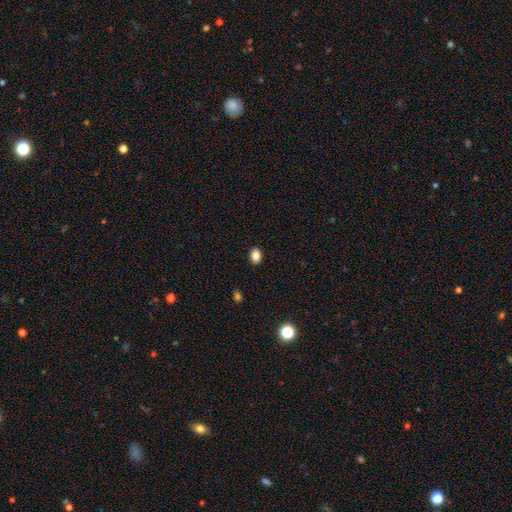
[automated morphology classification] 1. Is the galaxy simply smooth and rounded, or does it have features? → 86% smooth, 10% star or artifact, 4% featured or disk.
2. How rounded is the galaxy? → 75% in between, 23% round, 1% cigar-shaped.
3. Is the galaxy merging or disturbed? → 89% none, 8% minor disturbance, 2% major disturbance, 1% merger.